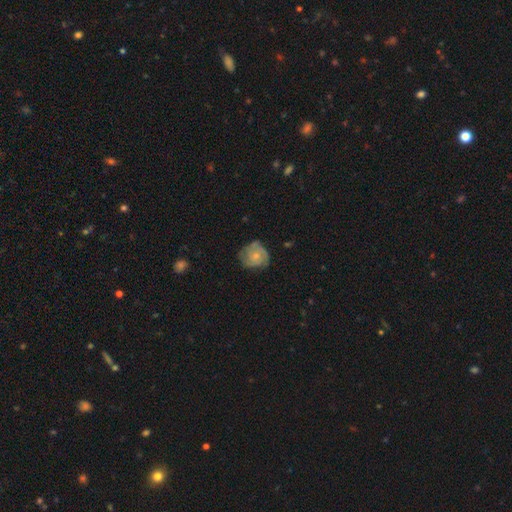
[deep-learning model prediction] featured or disk 57%, smooth 36%, star or artifact 7%. Down the decision tree: edge-on disk — no (98%); bar — no (81%); spiral arms — yes (81%); bulge size — small (62%); merging — none (61%).